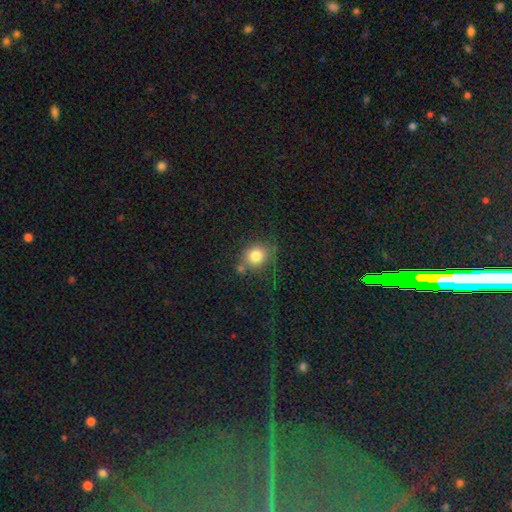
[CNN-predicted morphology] The model was most divided on "merging": none: 64%, minor disturbance: 17%, merger: 12%, major disturbance: 7%. More confident: smooth or featured — smooth (80%); how rounded — round (75%).